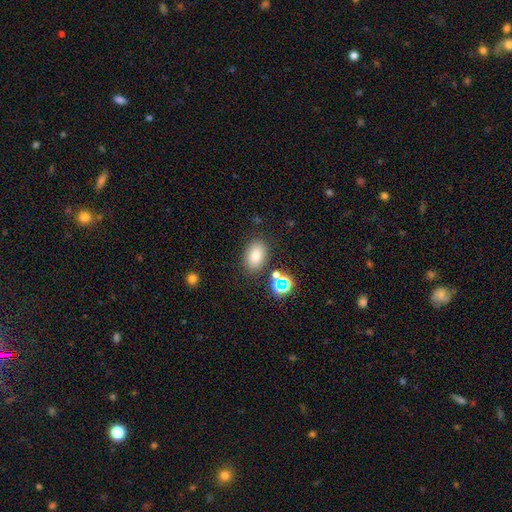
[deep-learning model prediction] A smooth galaxy with no disk features (77%) that is in between round and cigar-shaped (82%). Merging: none (79%).